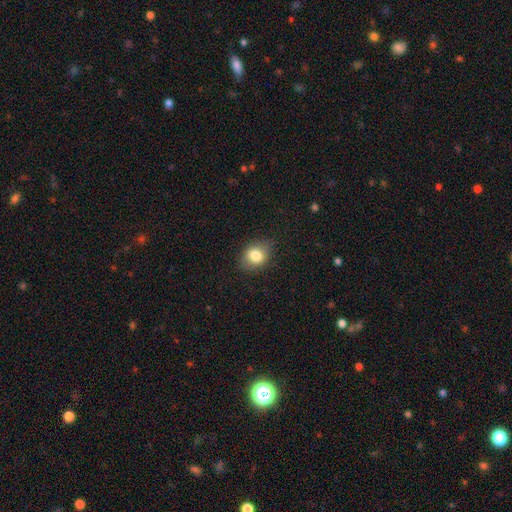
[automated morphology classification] smooth-or-featured: smooth: 79% | featured or disk: 12% | star or artifact: 9%
  how-rounded: in between: 61% | round: 38% | cigar-shaped: 1%
  merging: none: 80% | minor disturbance: 15% | major disturbance: 4% | merger: 1%